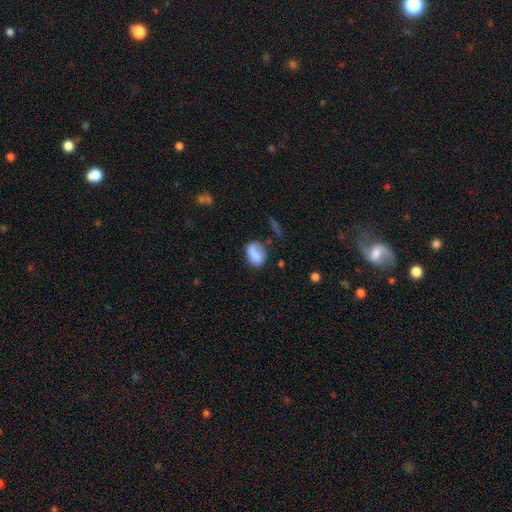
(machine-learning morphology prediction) Smooth or featured? Predicted: smooth (p=0.78). How rounded? Predicted: in between (p=0.73). Merging? Predicted: none (p=0.58).